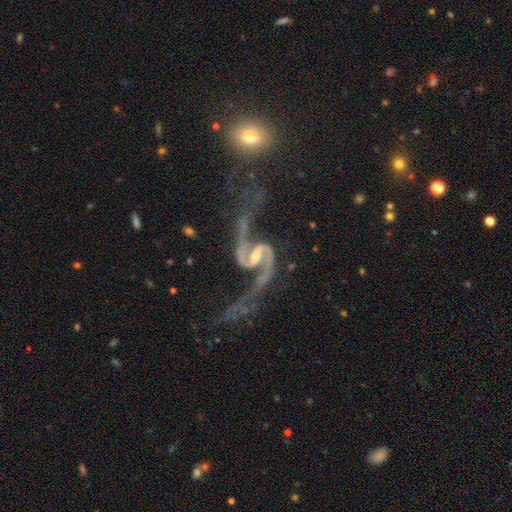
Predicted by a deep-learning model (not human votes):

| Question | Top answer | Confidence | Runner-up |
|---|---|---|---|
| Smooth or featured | featured or disk | 93% | star or artifact (5%) |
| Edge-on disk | no | 97% | yes (3%) |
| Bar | weak | 43% | tied: strong (43%) |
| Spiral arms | yes | 98% | no (2%) |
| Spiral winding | loose | 61% | medium (31%) |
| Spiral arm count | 2 | 94% | 1 (1%) |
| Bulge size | small | 52% | moderate (35%) |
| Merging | none | 49% | major disturbance (27%) |